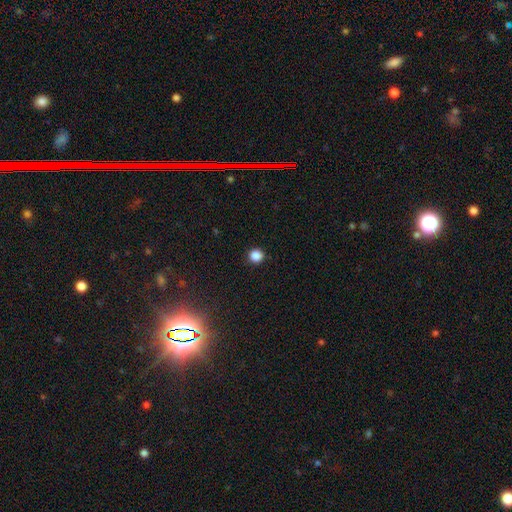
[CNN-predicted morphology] Smooth or featured: smooth — 86% (star or artifact — 11%)
How rounded: round — 94% (in between — 5%)
Merging: none — 92% (minor disturbance — 5%)